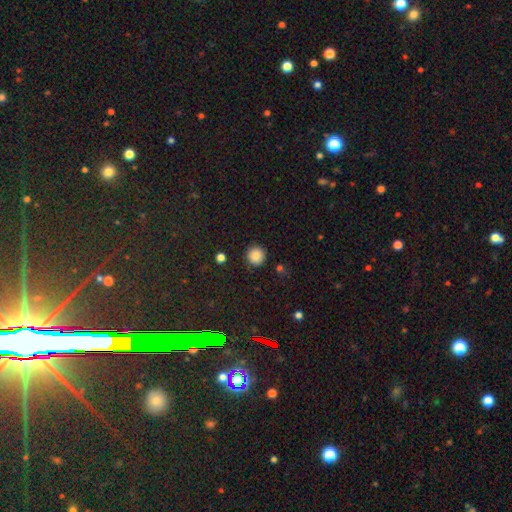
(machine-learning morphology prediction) Smooth or featured? Predicted: smooth (p=0.85). How rounded? Predicted: round (p=0.95). Merging? Predicted: none (p=0.91).